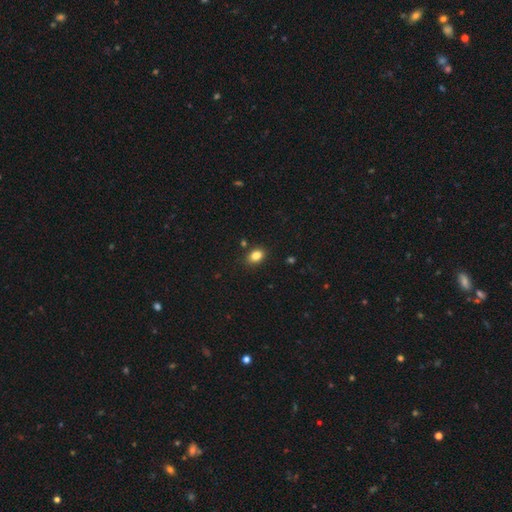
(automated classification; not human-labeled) Smooth or featured? smooth (84%)
How rounded? in between (74%)
Merging? none (85%)